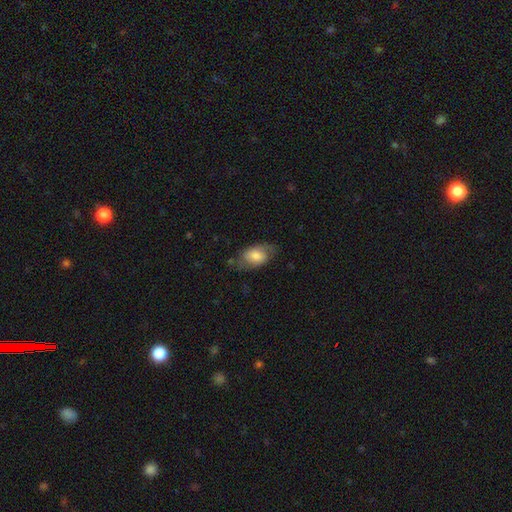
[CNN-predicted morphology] Smooth or featured? smooth (54%)
How rounded? in between (87%)
Merging? none (61%)